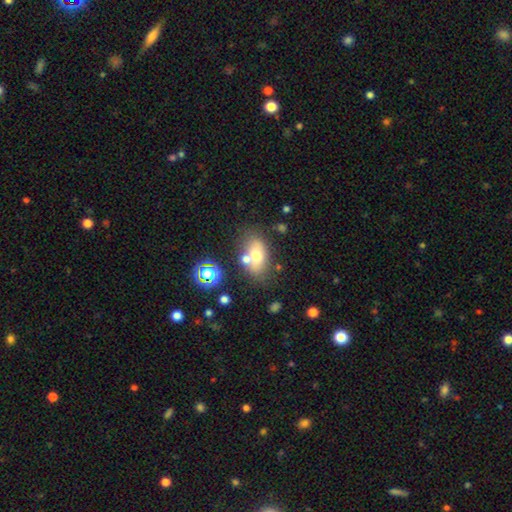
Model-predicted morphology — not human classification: smooth-or-featured: smooth: 64% | featured or disk: 23% | star or artifact: 13%
  how-rounded: in between: 82% | round: 16% | cigar-shaped: 3%
  merging: none: 60% | merger: 20% | minor disturbance: 14% | major disturbance: 6%